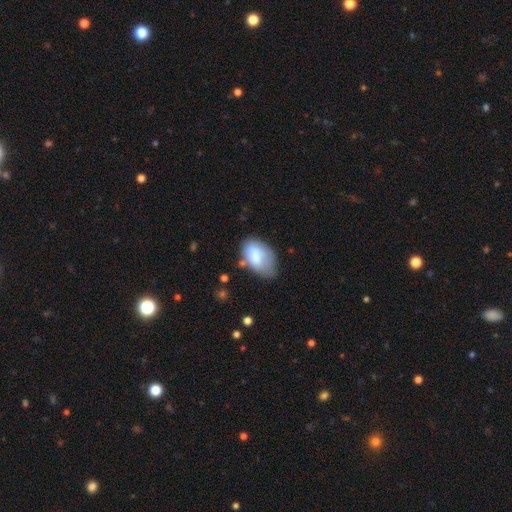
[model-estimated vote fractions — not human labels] Smooth or featured?
  - smooth: 76% *
  - featured or disk: 17%
  - star or artifact: 7%
How rounded?
  - in between: 92% *
  - round: 7%
  - cigar-shaped: 1%
Merging?
  - none: 46% *
  - minor disturbance: 35%
  - major disturbance: 13%
  - merger: 6%